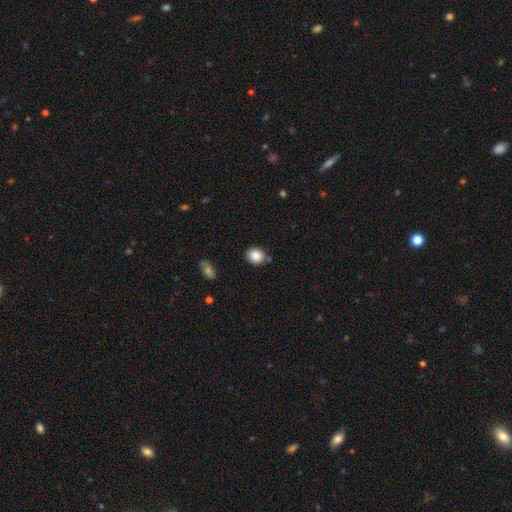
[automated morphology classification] smooth 87%, star or artifact 8%, featured or disk 4%. Down the decision tree: how rounded — round (63%); merging — none (81%).